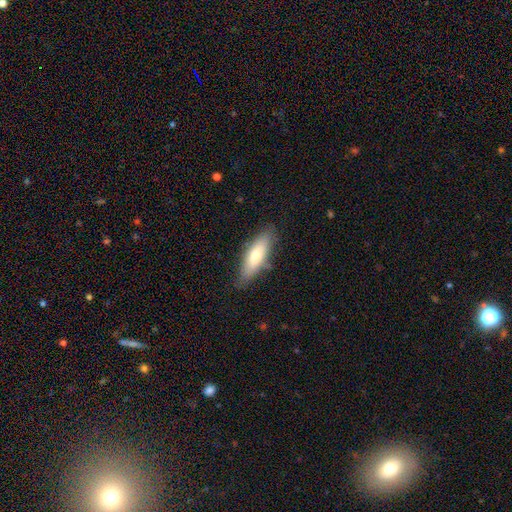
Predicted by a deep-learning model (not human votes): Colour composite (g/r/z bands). It shows a smooth galaxy with no disk features (69%) that is in between round and cigar-shaped (52%). Merging: none (80%).